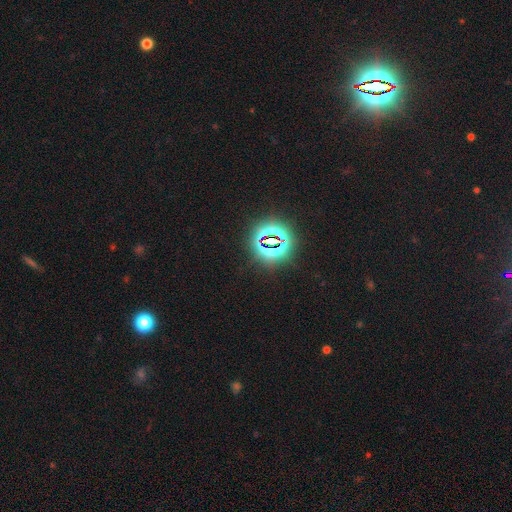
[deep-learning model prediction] A star or artifact, not a galaxy (80%).

Vote fractions:
- Smooth or featured? star or artifact: 80% / smooth: 13% / featured or disk: 7%